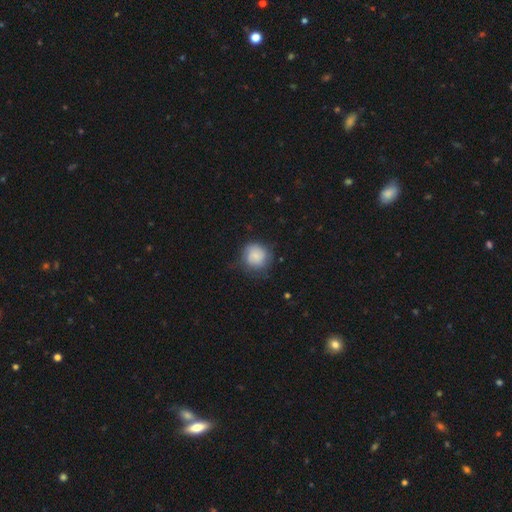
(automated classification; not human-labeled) This is likely a smooth galaxy (77%). How rounded: clearly round (90%). Merging: likely none (67%).